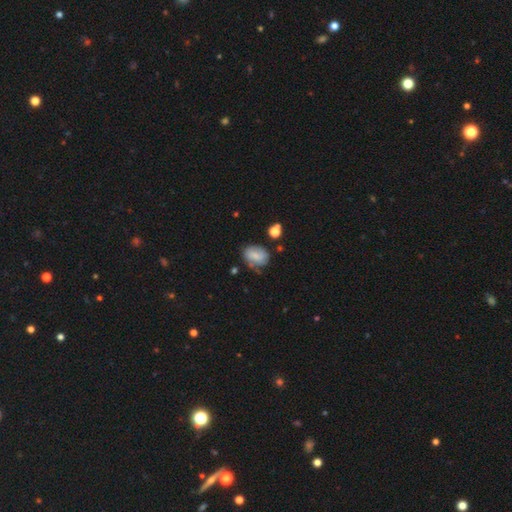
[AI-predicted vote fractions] Smooth or featured? Predicted: smooth (p=0.67). How rounded? Predicted: in between (p=0.69). Merging? Predicted: none (p=0.55).